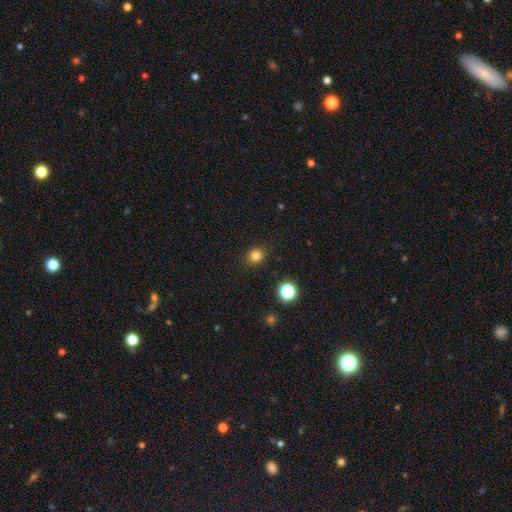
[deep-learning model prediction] Q: Smooth or featured?
A: smooth (81%); runner-up: star or artifact (14%)
Q: How rounded?
A: round (79%); runner-up: in between (20%)
Q: Merging?
A: none (89%); runner-up: minor disturbance (7%)